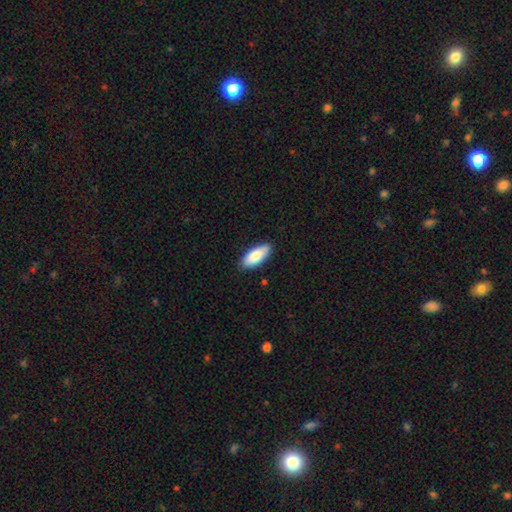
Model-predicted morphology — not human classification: type=smooth (83%); roundness=in between (84%); merging=none (87%).